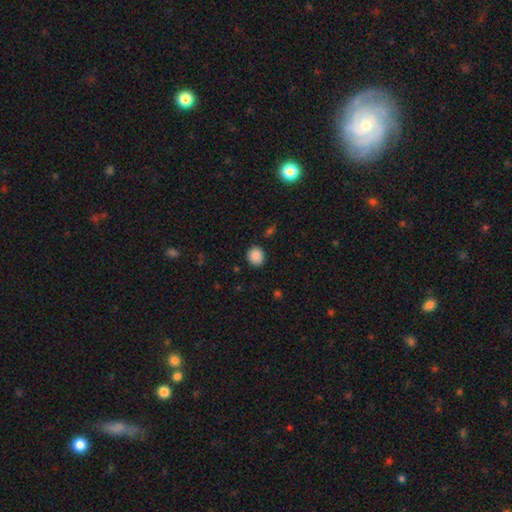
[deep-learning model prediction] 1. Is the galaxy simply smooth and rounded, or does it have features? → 88% smooth, 9% star or artifact, 3% featured or disk.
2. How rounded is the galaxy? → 84% round, 15% in between, 1% cigar-shaped.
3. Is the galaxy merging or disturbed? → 89% none, 7% minor disturbance, 2% major disturbance, 2% merger.